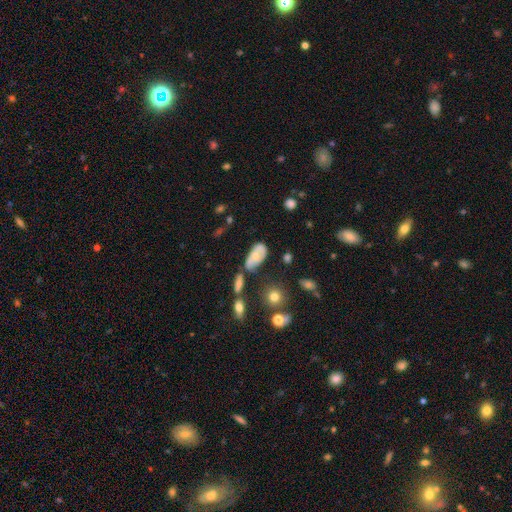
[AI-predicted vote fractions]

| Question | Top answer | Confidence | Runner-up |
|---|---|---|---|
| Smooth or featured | smooth | 56% | featured or disk (35%) |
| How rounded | in between | 91% | round (5%) |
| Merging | none | 46% | minor disturbance (29%) |